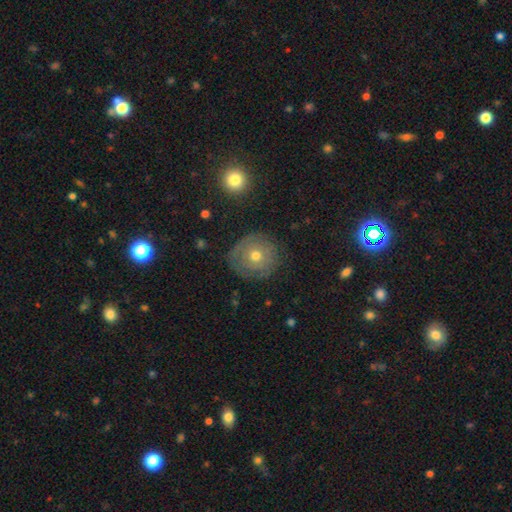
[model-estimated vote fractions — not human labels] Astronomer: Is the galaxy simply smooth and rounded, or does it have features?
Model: featured or disk — 47% (runner-up: smooth, 43%).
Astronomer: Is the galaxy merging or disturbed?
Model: none — 78%.